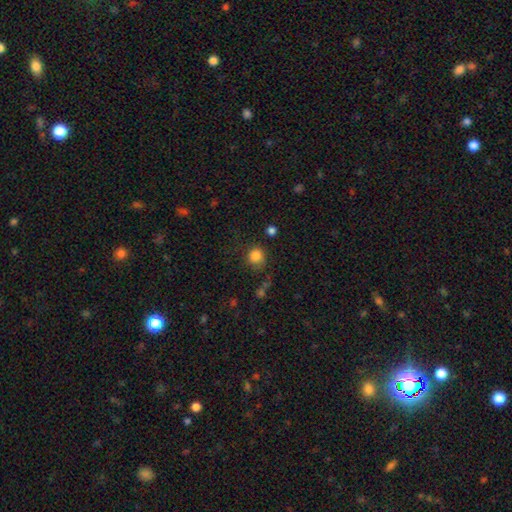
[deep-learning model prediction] Smooth or featured? smooth (84%)
How rounded? round (87%)
Merging? none (74%)